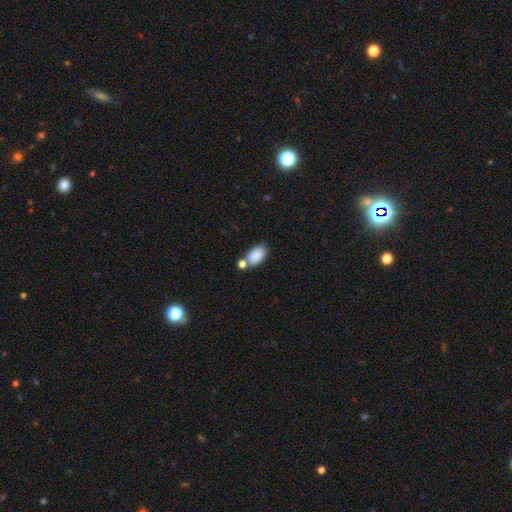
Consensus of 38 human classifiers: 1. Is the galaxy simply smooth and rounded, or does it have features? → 89% smooth, 8% star or artifact, 3% featured or disk.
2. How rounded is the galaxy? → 94% in between, 6% round, 0% cigar-shaped.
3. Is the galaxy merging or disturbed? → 57% none, 34% merger, 6% minor disturbance, 3% major disturbance.